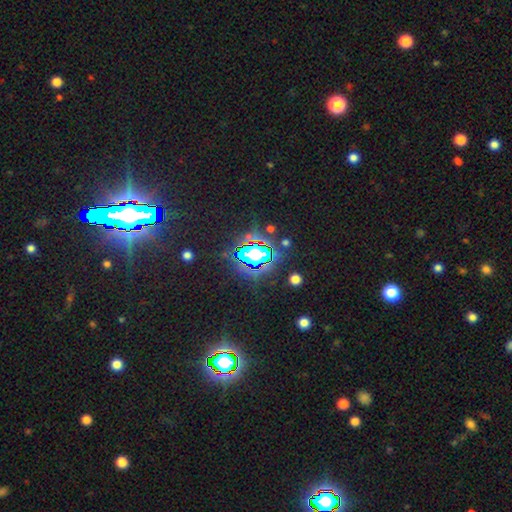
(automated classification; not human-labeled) star or artifact 84%, smooth 9%, featured or disk 7%.